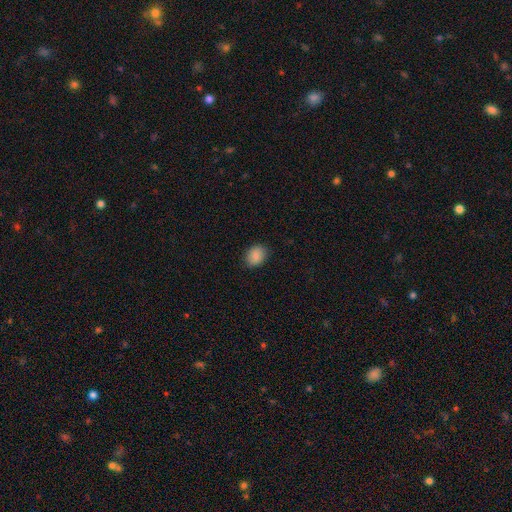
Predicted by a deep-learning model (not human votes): smooth 88%, star or artifact 8%, featured or disk 3%. Down the decision tree: how rounded — in between (64%); merging — none (86%).